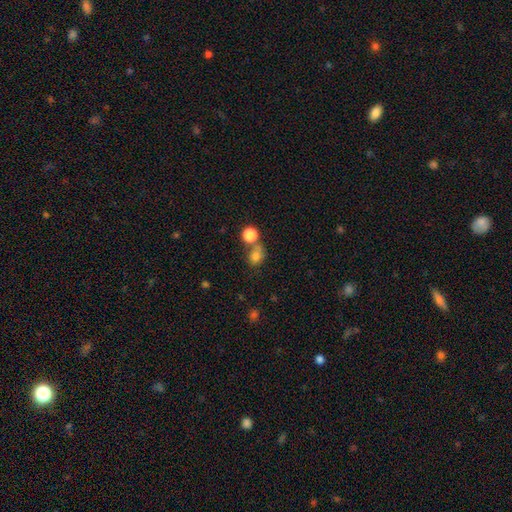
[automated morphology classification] smooth_or_featured: smooth (p=0.77) [alt: star or artifact p=0.14]
how_rounded: round (p=0.59) [alt: in between p=0.40]
merging: none (p=0.47) [alt: merger p=0.33]